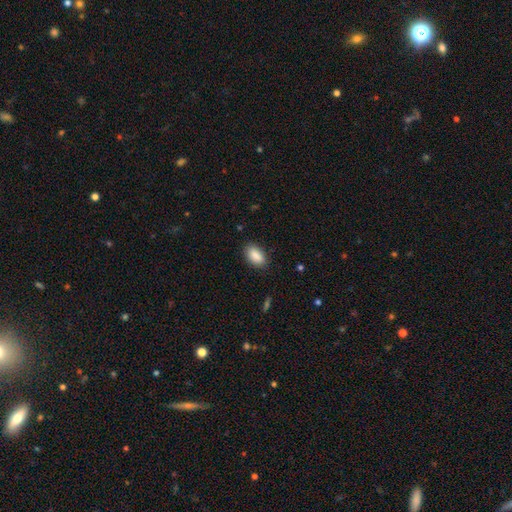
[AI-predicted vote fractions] Morphology: type=smooth (89%); roundness=in between (93%); merging=none (86%).